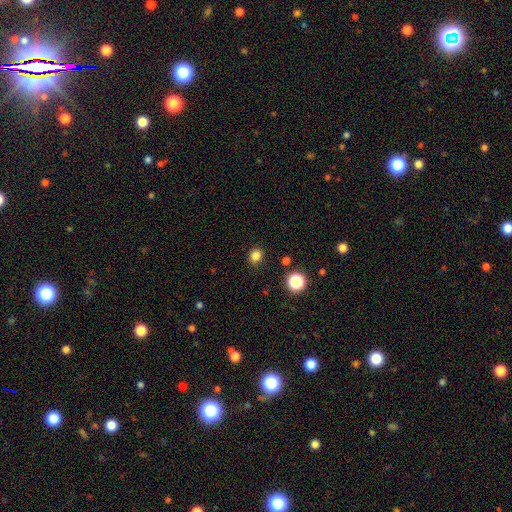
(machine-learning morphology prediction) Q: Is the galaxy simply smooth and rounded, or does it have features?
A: smooth — 82%.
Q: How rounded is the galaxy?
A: round — 71%.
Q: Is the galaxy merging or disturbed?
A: none — 87%.